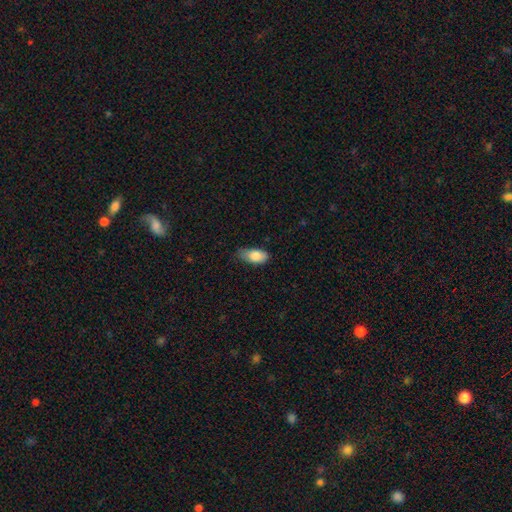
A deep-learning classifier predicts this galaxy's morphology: smooth-or-featured: smooth: 84% | featured or disk: 9% | star or artifact: 7%
  how-rounded: in between: 89% | cigar-shaped: 7% | round: 4%
  merging: none: 58% | minor disturbance: 34% | major disturbance: 7% | merger: 1%